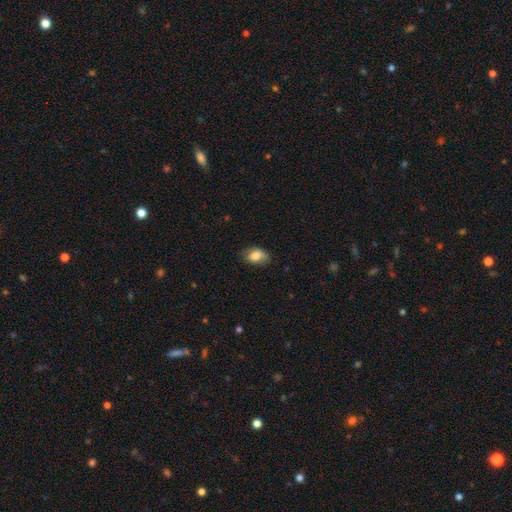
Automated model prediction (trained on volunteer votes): smooth-or-featured: smooth: 79% | featured or disk: 13% | star or artifact: 8%
  how-rounded: in between: 84% | round: 14% | cigar-shaped: 2%
  merging: none: 68% | minor disturbance: 25% | major disturbance: 6% | merger: 1%